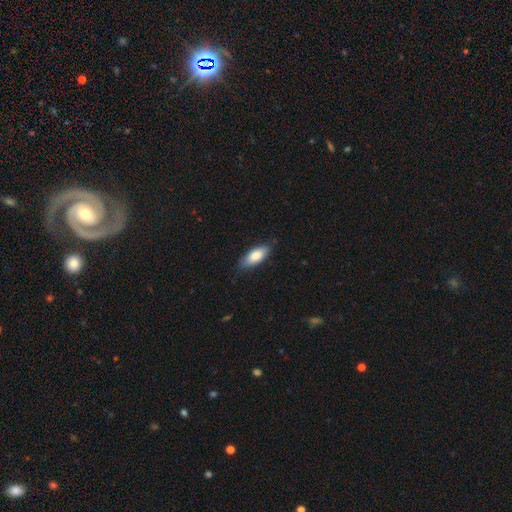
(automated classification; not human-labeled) smooth 83%, featured or disk 11%, star or artifact 6%. Down the decision tree: how rounded — in between (79%); merging — none (80%).